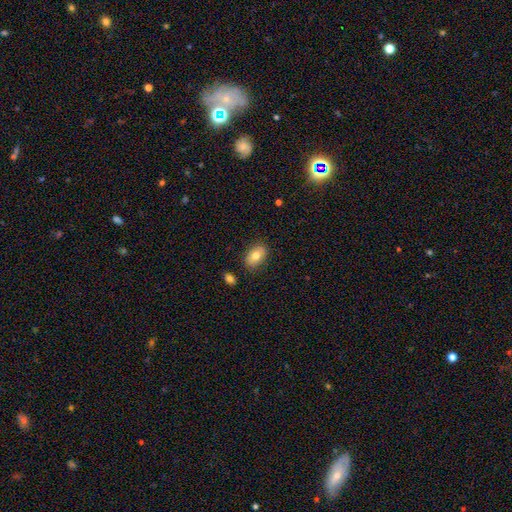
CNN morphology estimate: smooth_or_featured: smooth (p=0.76) [alt: featured or disk p=0.17]
how_rounded: in between (p=0.87) [alt: round p=0.12]
merging: none (p=0.84) [alt: minor disturbance p=0.12]